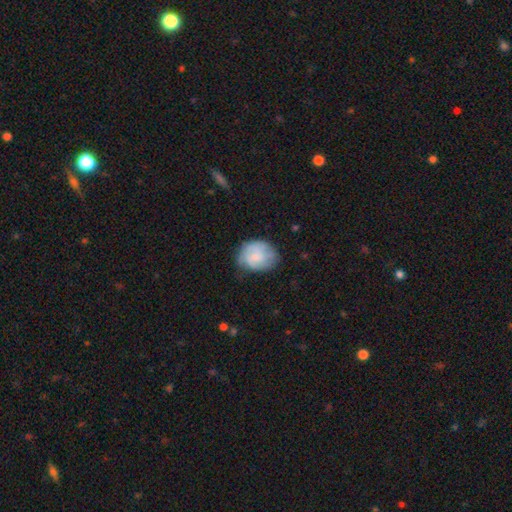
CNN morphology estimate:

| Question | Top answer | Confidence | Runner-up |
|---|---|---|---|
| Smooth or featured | smooth | 47% | featured or disk (46%) |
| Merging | none | 62% | minor disturbance (27%) |